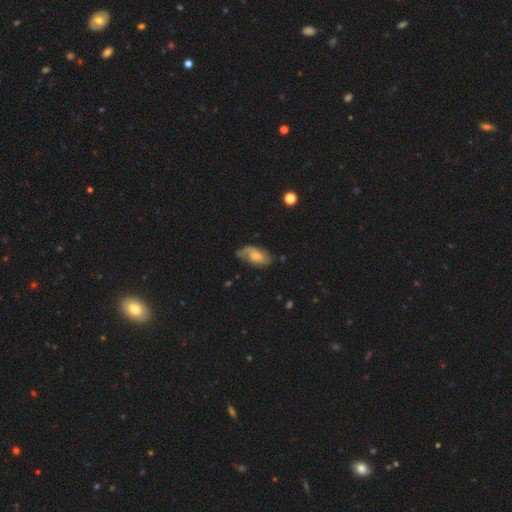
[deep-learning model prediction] Smooth or featured? Predicted: featured or disk (p=0.56). Edge-on disk? Predicted: no (p=0.94). Bar? Predicted: no (p=0.71). Spiral arms? Predicted: yes (p=0.84). Bulge size? Predicted: small (p=0.48). Merging? Predicted: none (p=0.53).